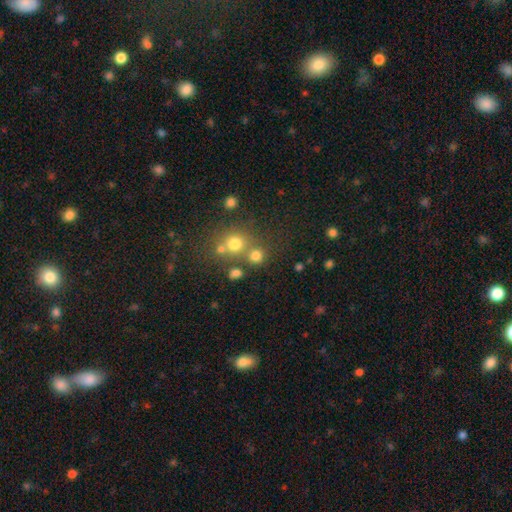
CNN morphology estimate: type=smooth (75%); roundness=round (87%); merging=none (62%).